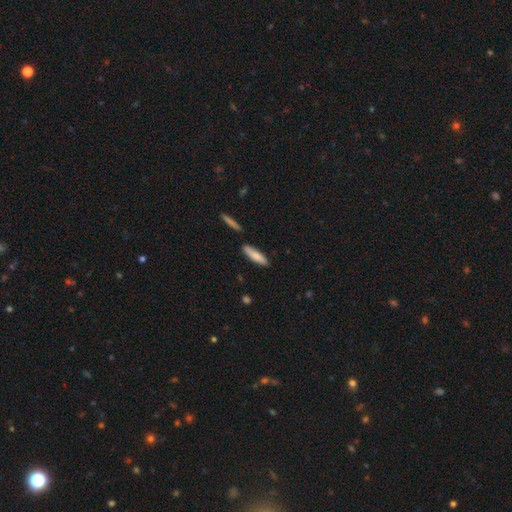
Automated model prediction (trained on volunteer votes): Overall: smooth (80%). How rounded: cigar-shaped (71%). Merging: none (83%).